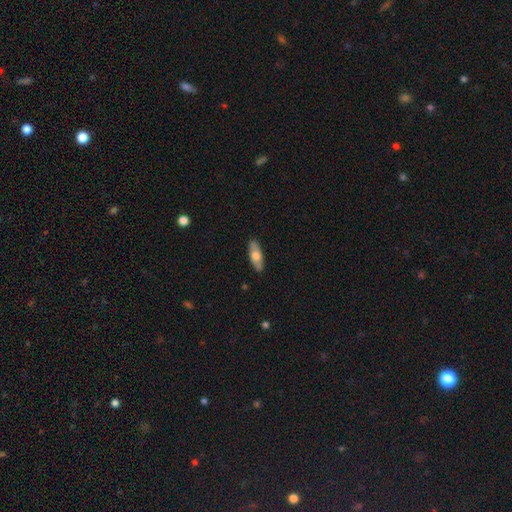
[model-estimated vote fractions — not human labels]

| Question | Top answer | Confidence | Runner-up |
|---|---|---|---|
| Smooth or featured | smooth | 61% | featured or disk (34%) |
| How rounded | in between | 68% | cigar-shaped (30%) |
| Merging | none | 86% | minor disturbance (10%) |